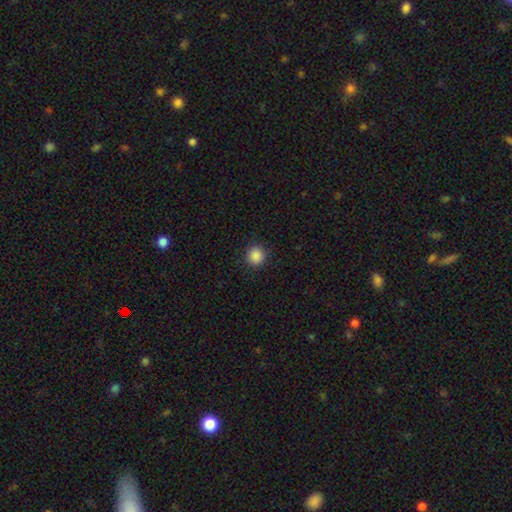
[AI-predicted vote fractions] Overall: smooth (87%). How rounded: round (92%). Merging: none (91%).